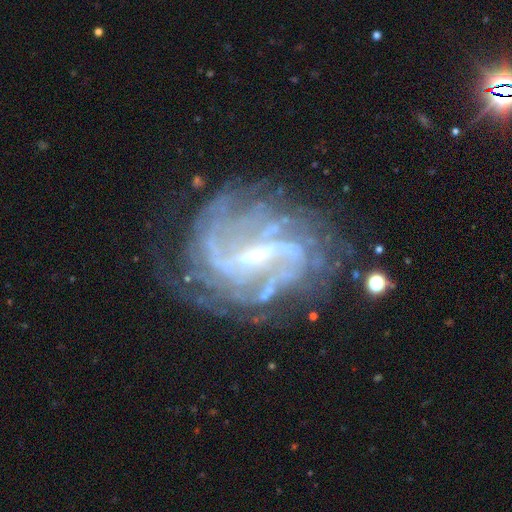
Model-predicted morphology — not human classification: smooth_or_featured: featured or disk (p=0.88) [alt: star or artifact p=0.07]
disk_edge_on: no (p=0.97) [alt: yes p=0.03]
bar: strong (p=0.54) [alt: weak p=0.36]
has_spiral_arms: yes (p=0.93) [alt: no p=0.07]
spiral_winding: medium (p=0.40) [alt: tight p=0.35]
spiral_arm_count: 2 (p=0.32) [alt: can't tell p=0.30]
bulge_size: small (p=0.70) [alt: moderate p=0.16]
merging: none (p=0.62) [alt: minor disturbance p=0.19]